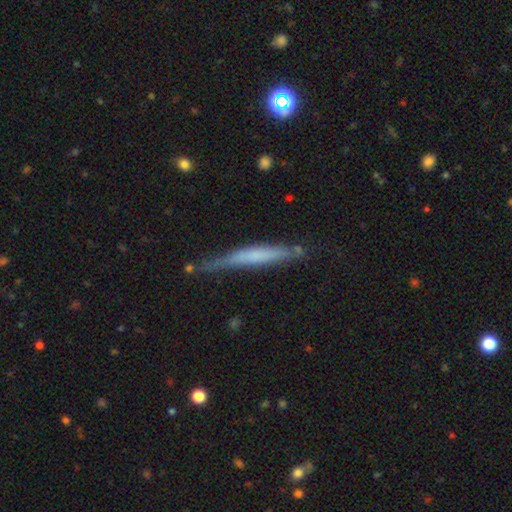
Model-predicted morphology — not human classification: smooth_or_featured: smooth (p=0.48) [alt: featured or disk p=0.45]
merging: none (p=0.67) [alt: minor disturbance p=0.24]